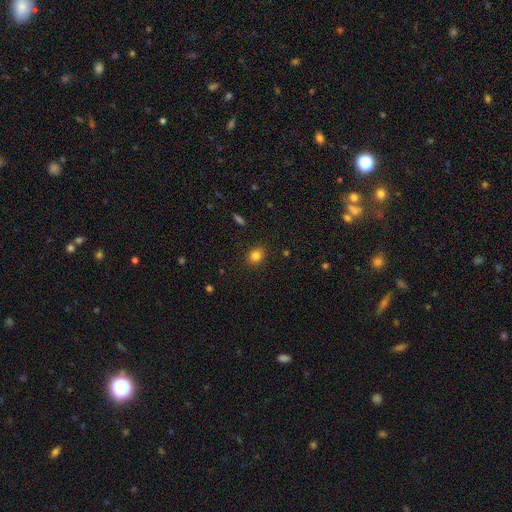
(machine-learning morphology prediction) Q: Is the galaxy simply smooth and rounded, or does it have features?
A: smooth — 82%.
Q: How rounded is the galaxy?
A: round — 60%.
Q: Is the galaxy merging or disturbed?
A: none — 87%.